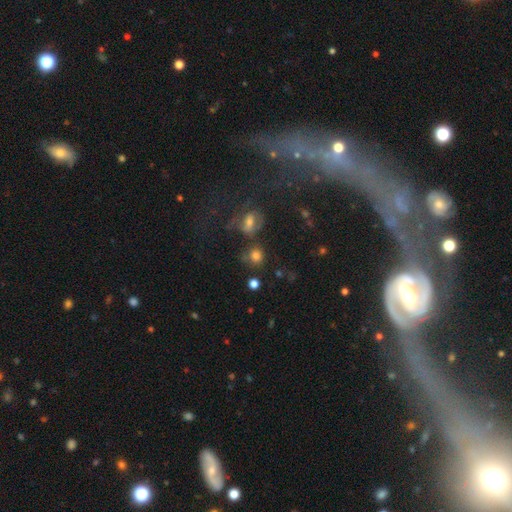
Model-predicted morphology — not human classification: This is likely a smooth galaxy (77%). How rounded: clearly round (84%). Merging: likely none (65%).